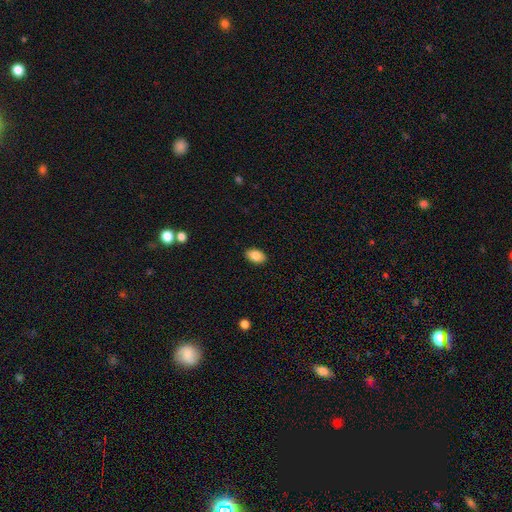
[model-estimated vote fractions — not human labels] Morphology: type=smooth (86%); roundness=in between (90%); merging=none (90%).